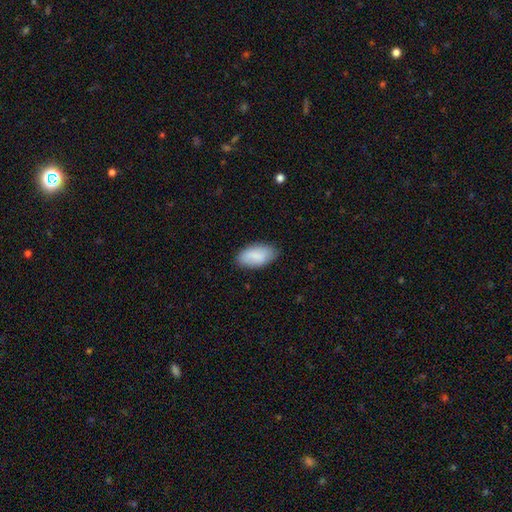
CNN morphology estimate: Smooth or featured?
  - smooth: 84% *
  - featured or disk: 10%
  - star or artifact: 6%
How rounded?
  - in between: 95% *
  - cigar-shaped: 3%
  - round: 3%
Merging?
  - none: 81% *
  - minor disturbance: 15%
  - major disturbance: 3%
  - merger: 1%